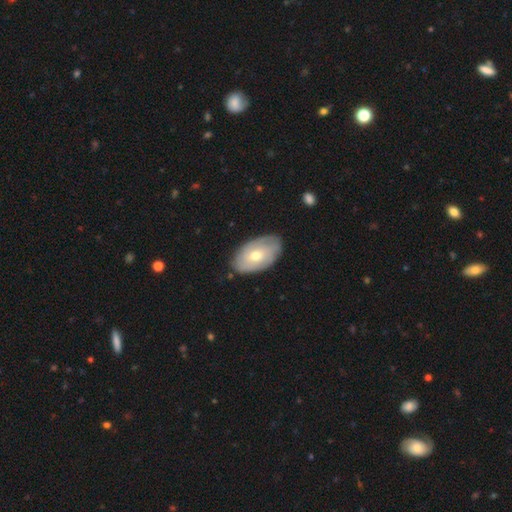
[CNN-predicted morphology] Smooth or featured: featured or disk — 47% (tied with smooth — 47%)
Merging: none — 78% (minor disturbance — 17%)